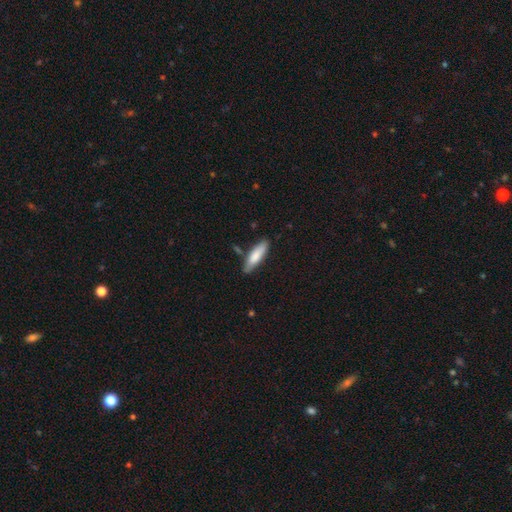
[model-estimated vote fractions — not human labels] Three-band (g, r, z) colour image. It shows a smooth galaxy with no disk features (79%) that is cigar-shaped (60%). Merging: none (79%).